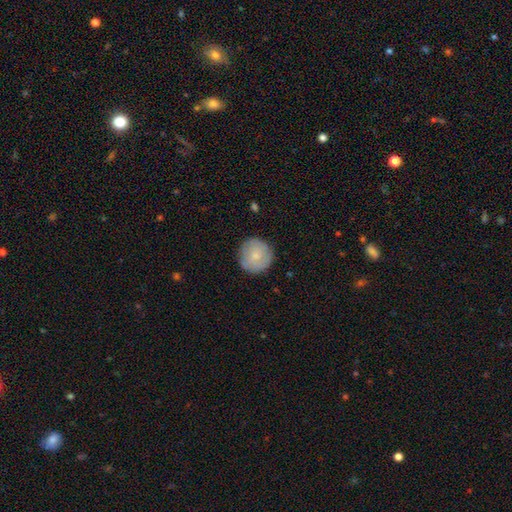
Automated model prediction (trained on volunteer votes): A smooth galaxy with no disk features (74%) that is round (94%). Merging: none (85%).